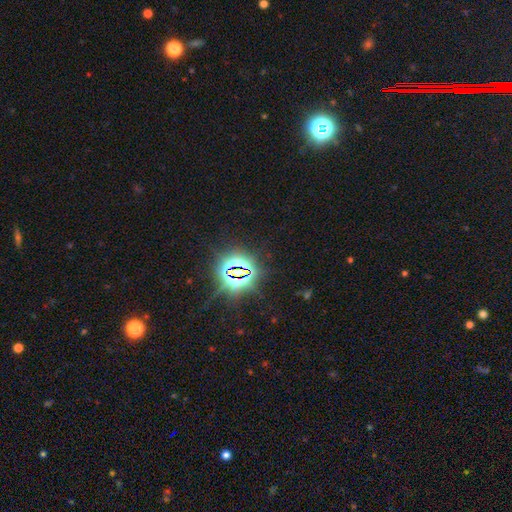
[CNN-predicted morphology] The model was most divided on "smooth or featured": star or artifact: 82%, smooth: 11%, featured or disk: 6%.